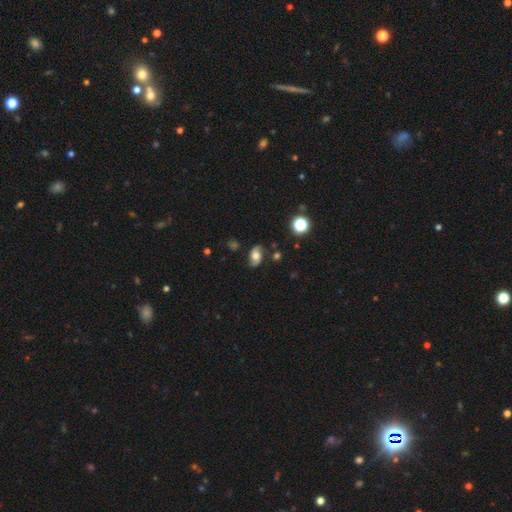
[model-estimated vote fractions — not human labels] Morphology: type=featured or disk (65%); edge-on=no (96%); bar=no (71%); spiral arms=yes (89%); winding=loose (46%); arm count=2 (91%); bulge=moderate (56%); merging=none (79%).